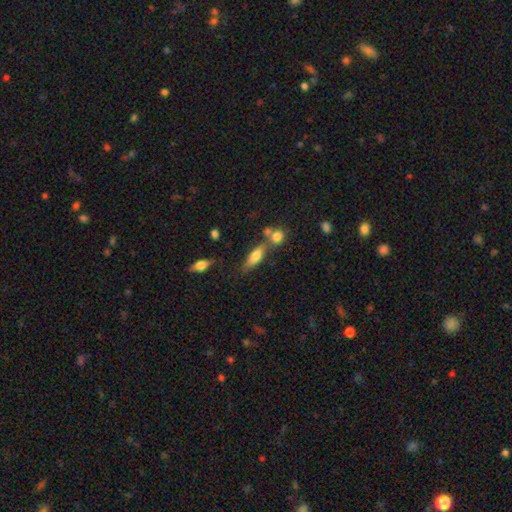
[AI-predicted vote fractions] The model was most divided on "how rounded": in between: 54%, cigar-shaped: 42%, round: 4%. More confident: smooth or featured — smooth (68%); merging — none (55%).